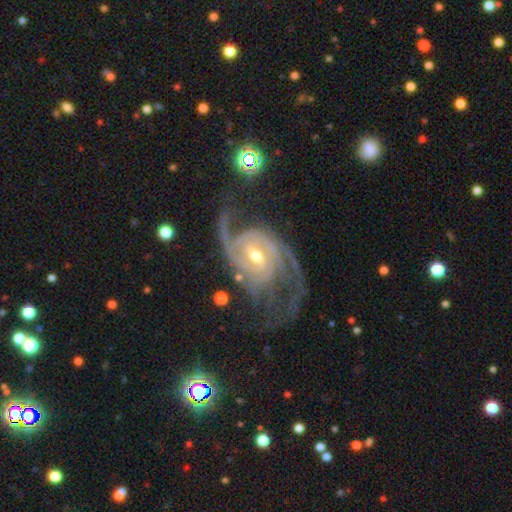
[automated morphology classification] smooth-or-featured: featured or disk: 92% | star or artifact: 5% | smooth: 3%
  disk-edge-on: no: 97% | yes: 3%
    bar: weak: 45% | no: 35% | strong: 20%
    has-spiral-arms: yes: 98% | no: 2%
      spiral-winding: medium: 45% | tight: 37% | loose: 18%
      spiral-arm-count: 2: 58% | 3: 17% | can't tell: 10% | 4: 6% | 1: 5% | more than 4: 4%
    bulge-size: moderate: 57% | small: 38% | large: 3% | none: 1% | dominant: 1%
  merging: none: 57% | major disturbance: 21% | minor disturbance: 18% | merger: 3%